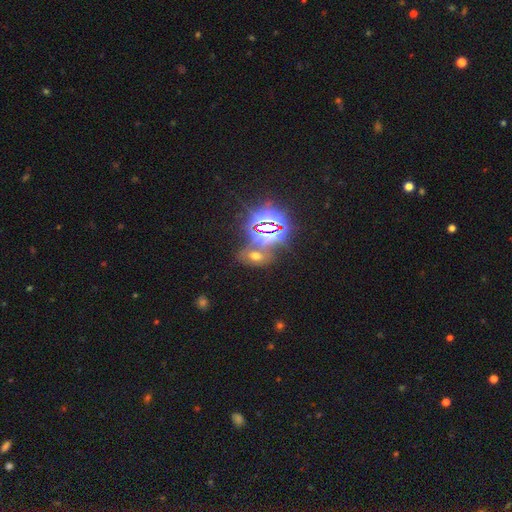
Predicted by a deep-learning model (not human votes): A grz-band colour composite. It shows a star or artifact, not a galaxy (53%).